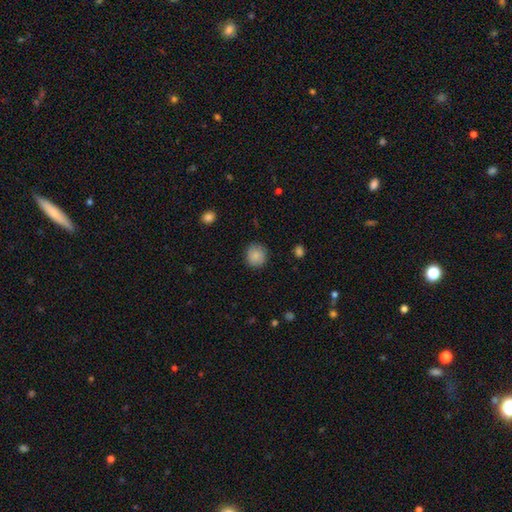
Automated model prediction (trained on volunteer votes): Smooth or featured? smooth (87%)
How rounded? round (91%)
Merging? none (87%)